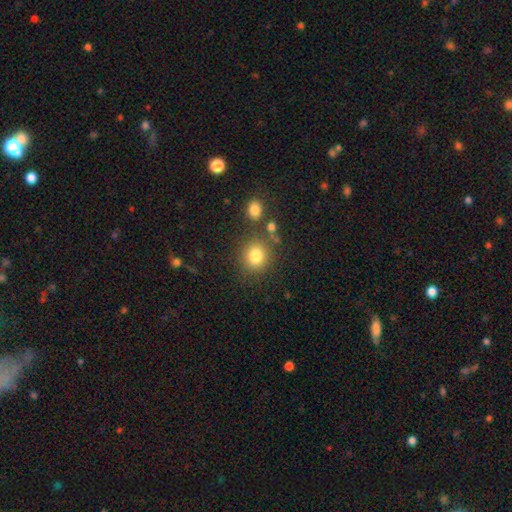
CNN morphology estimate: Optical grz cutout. It shows a smooth galaxy with no disk features (82%) that is round (80%). Merging: none (77%).